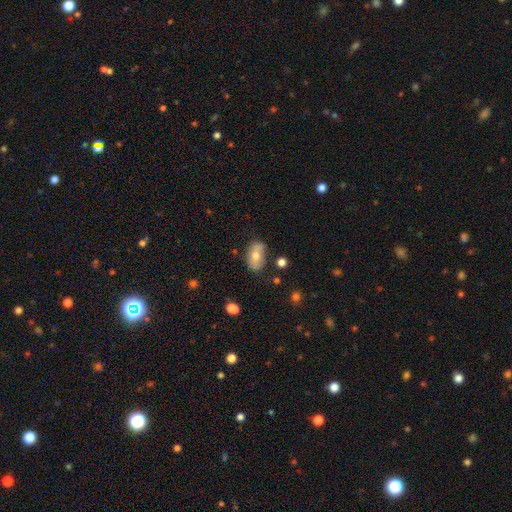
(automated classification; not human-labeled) Q: Smooth or featured?
A: smooth (65%); runner-up: featured or disk (27%)
Q: How rounded?
A: in between (89%); runner-up: round (8%)
Q: Merging?
A: none (69%); runner-up: minor disturbance (22%)